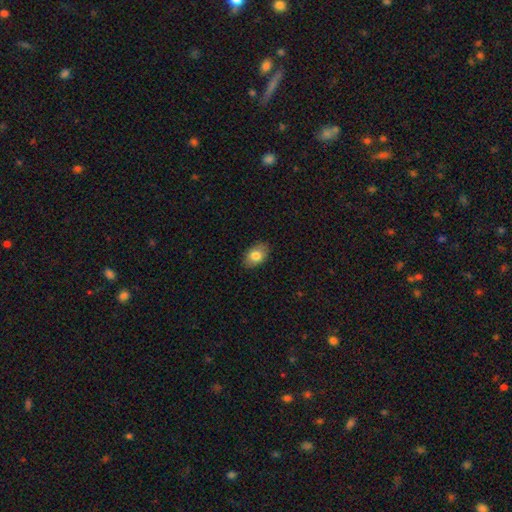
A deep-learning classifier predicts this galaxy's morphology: This is clearly a smooth galaxy (82%). How rounded: clearly in between (87%). Merging: clearly none (86%).